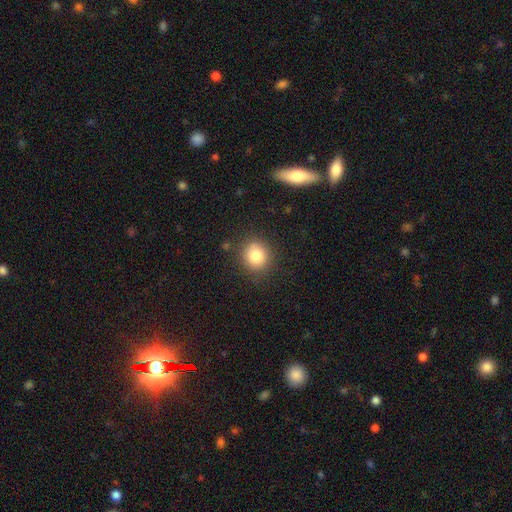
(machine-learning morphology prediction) Smooth or featured? smooth (81%)
How rounded? round (86%)
Merging? none (86%)